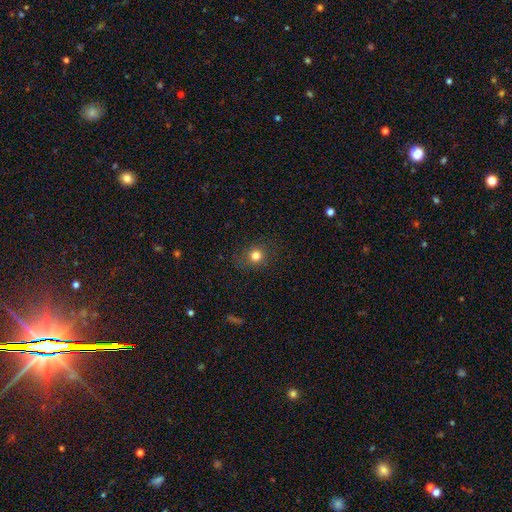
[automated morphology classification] smooth_or_featured: smooth (p=0.79) [alt: star or artifact p=0.14]
how_rounded: round (p=0.86) [alt: in between p=0.13]
merging: none (p=0.84) [alt: minor disturbance p=0.10]